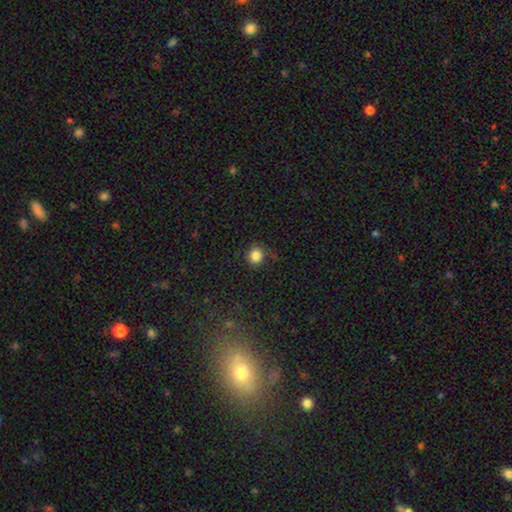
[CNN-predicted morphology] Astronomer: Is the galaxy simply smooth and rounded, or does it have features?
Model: smooth — 84%.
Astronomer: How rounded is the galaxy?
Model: round — 85%.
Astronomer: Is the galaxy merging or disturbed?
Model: none — 80%.